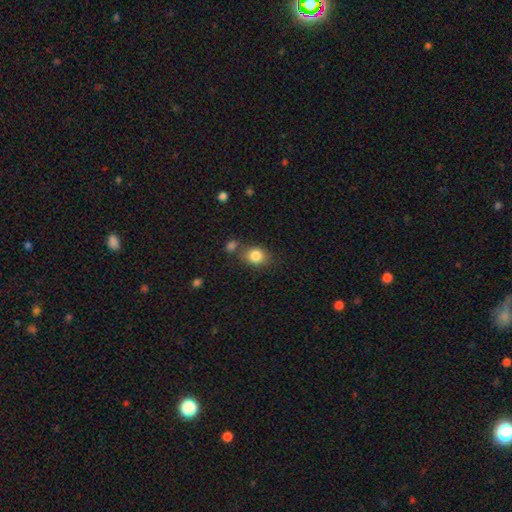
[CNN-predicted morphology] type=smooth (84%); roundness=round (54%); merging=none (67%).